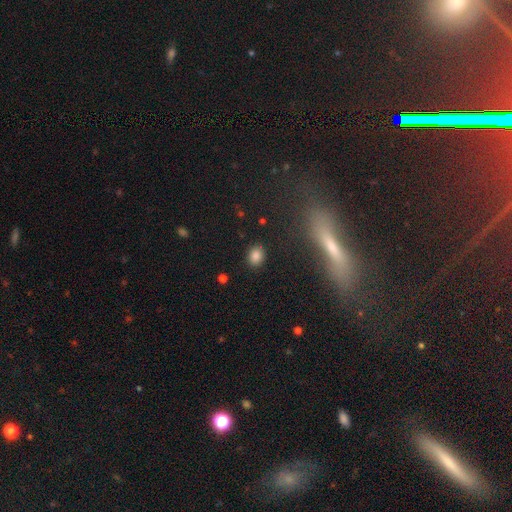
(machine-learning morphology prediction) This is clearly a smooth galaxy (84%). How rounded: possibly round (50%). Merging: clearly none (88%).